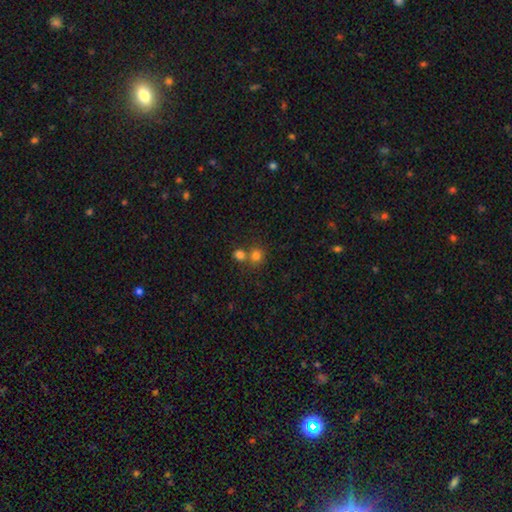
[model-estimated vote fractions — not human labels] A smooth galaxy with no disk features (77%) that is round (86%). Merging: none (53%).